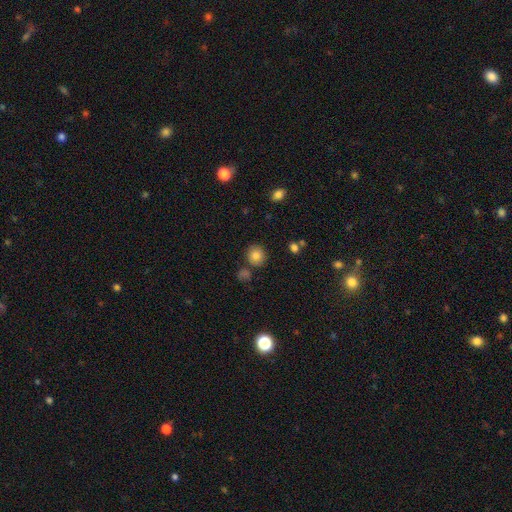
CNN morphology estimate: A smooth galaxy with no disk features (82%) that is round (87%). Merging: none (82%).